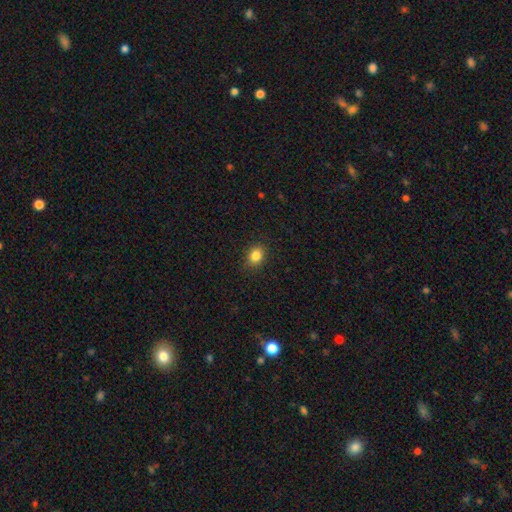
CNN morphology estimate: Smooth or featured? Predicted: smooth (p=0.84). How rounded? Predicted: round (p=0.50). Merging? Predicted: none (p=0.88).